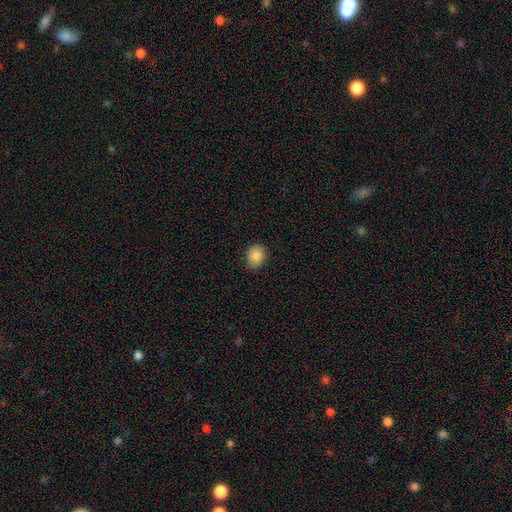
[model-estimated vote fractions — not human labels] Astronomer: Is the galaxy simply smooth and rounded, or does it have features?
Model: smooth — 86%.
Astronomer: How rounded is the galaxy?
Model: in between — 51% (runner-up: round, 48%).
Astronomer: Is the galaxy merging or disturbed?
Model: none — 82%.